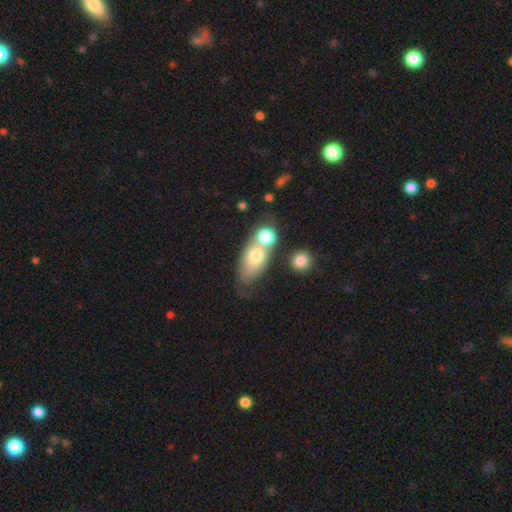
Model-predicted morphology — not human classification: Smooth or featured? smooth (68%)
How rounded? in between (74%)
Merging? merger (51%)